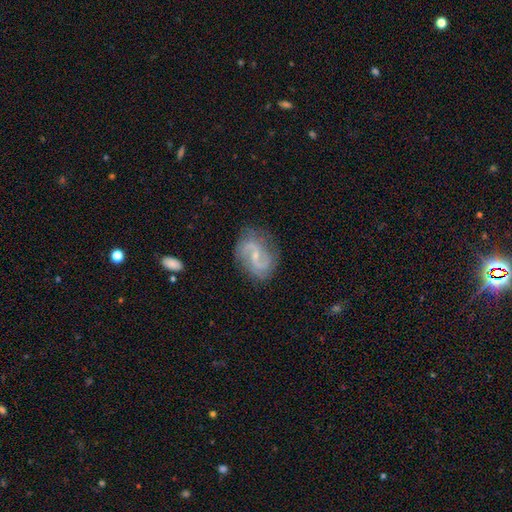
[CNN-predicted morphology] Smooth or featured? featured or disk (85%)
Edge-on disk? no (97%)
Bar? weak (53%)
Spiral arms? yes (95%)
Spiral winding? medium (47%)
Spiral arm count? 2 (86%)
Bulge size? small (68%)
Merging? none (76%)